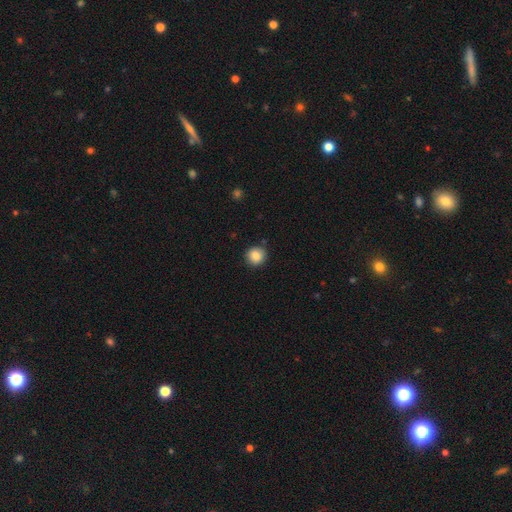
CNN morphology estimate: smooth 86%, star or artifact 9%, featured or disk 5%. Down the decision tree: how rounded — round (91%); merging — none (86%).